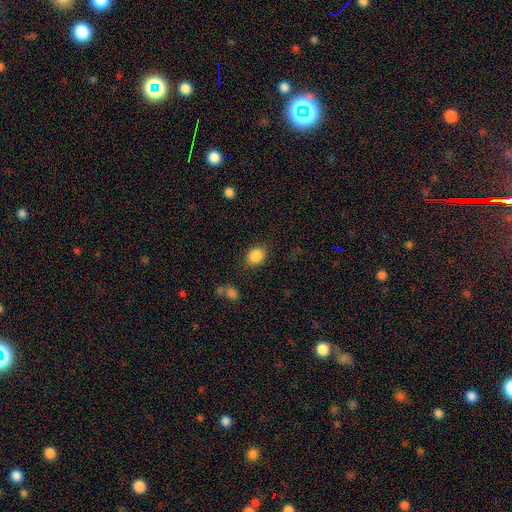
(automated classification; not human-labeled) smooth_or_featured: smooth (p=0.87) [alt: star or artifact p=0.09]
how_rounded: in between (p=0.61) [alt: round p=0.38]
merging: none (p=0.82) [alt: minor disturbance p=0.11]